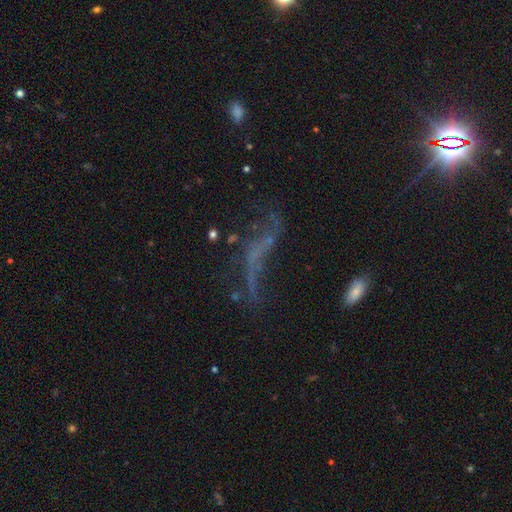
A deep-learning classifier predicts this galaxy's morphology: A featured or disk galaxy (53%). Merging: none (38%).